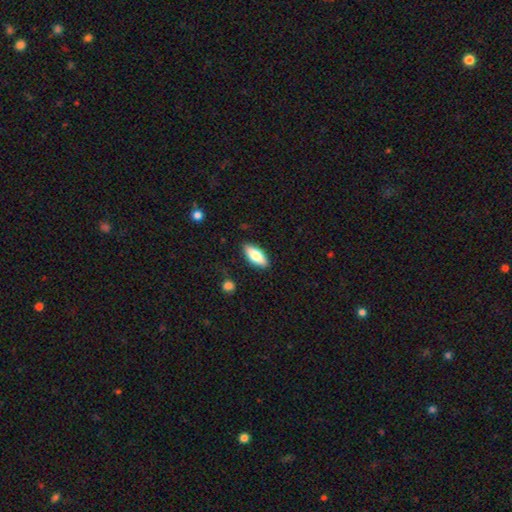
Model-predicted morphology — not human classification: This appears to be a smooth galaxy with no disk features (77%) that is in between round and cigar-shaped (81%). Merging: none (87%).